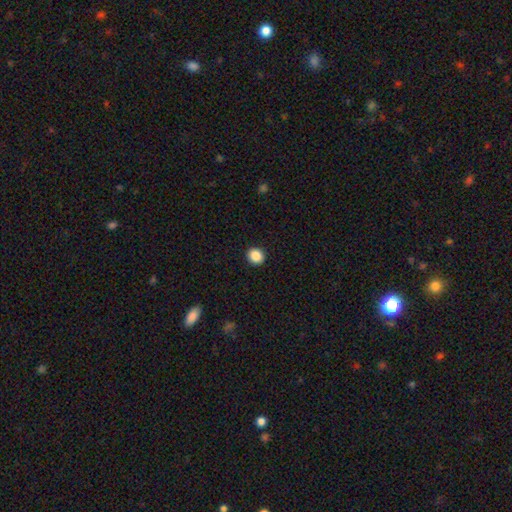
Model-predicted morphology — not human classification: Smooth or featured? smooth (88%)
How rounded? round (82%)
Merging? none (92%)